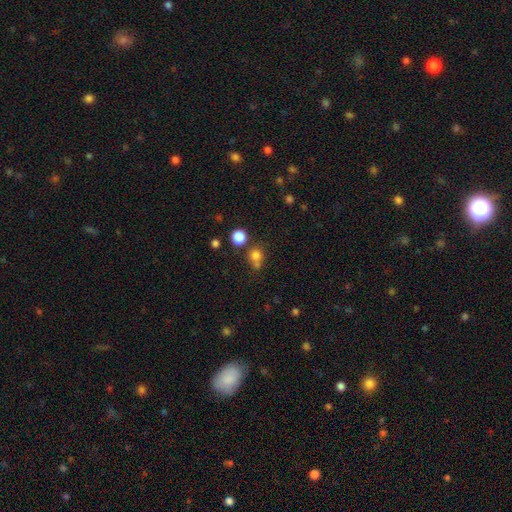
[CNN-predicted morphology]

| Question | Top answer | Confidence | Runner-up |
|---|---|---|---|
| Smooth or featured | smooth | 77% | star or artifact (16%) |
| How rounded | round | 86% | in between (13%) |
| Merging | none | 58% | merger (25%) |